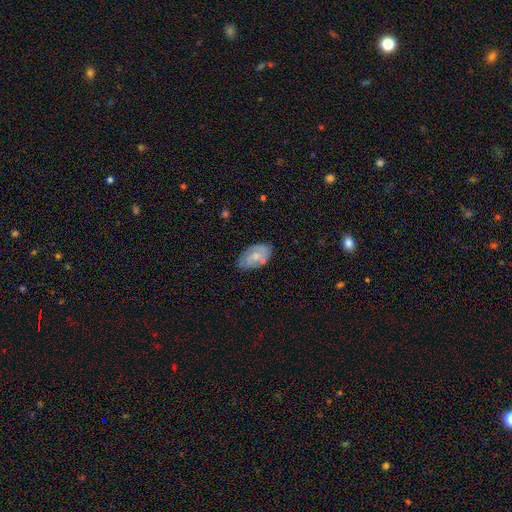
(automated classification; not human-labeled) Overall: featured or disk (51%; smooth 42%). Edge-on disk: no (95%). Merging: none (72%).